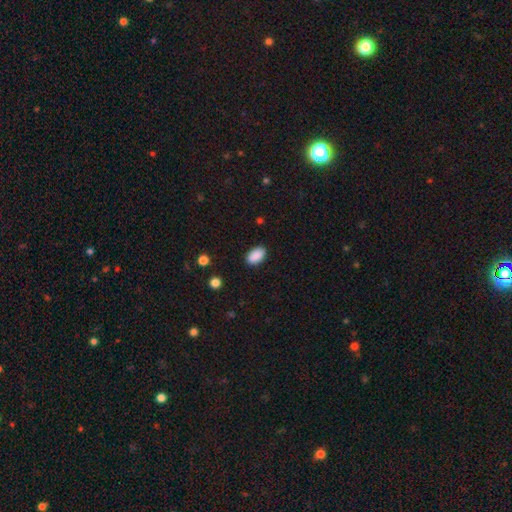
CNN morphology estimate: Smooth or featured?
  - smooth: 90% *
  - star or artifact: 7%
  - featured or disk: 3%
How rounded?
  - in between: 92% *
  - round: 6%
  - cigar-shaped: 1%
Merging?
  - none: 88% *
  - minor disturbance: 9%
  - major disturbance: 2%
  - merger: 1%